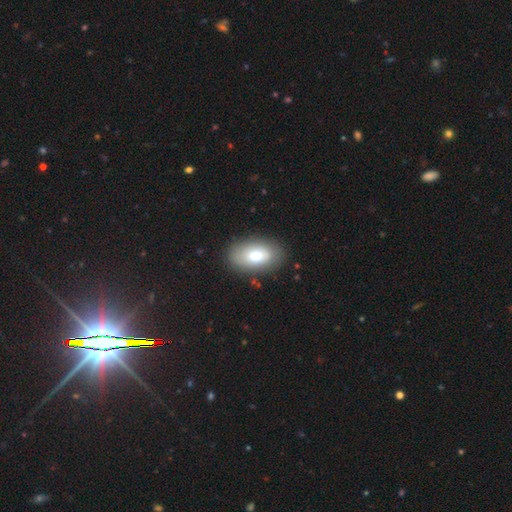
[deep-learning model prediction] smooth 74%, featured or disk 18%, star or artifact 8%. Down the decision tree: how rounded — in between (91%); merging — none (84%).